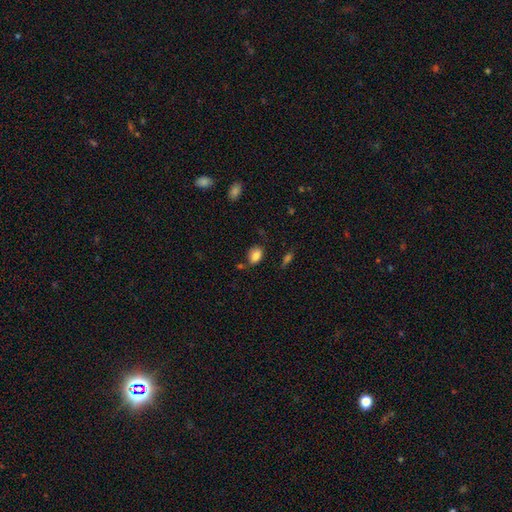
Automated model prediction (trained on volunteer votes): Smooth or featured? Predicted: smooth (p=0.84). How rounded? Predicted: in between (p=0.79). Merging? Predicted: none (p=0.74).